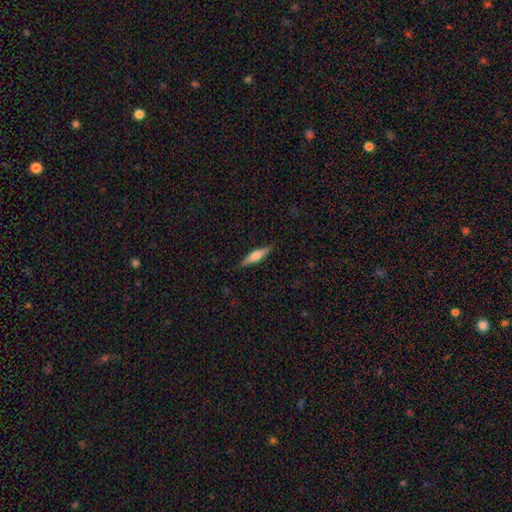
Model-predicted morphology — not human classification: Smooth or featured?
  - smooth: 48% *
  - featured or disk: 46%
  - star or artifact: 6%
Merging?
  - none: 88% *
  - minor disturbance: 9%
  - major disturbance: 2%
  - merger: 1%